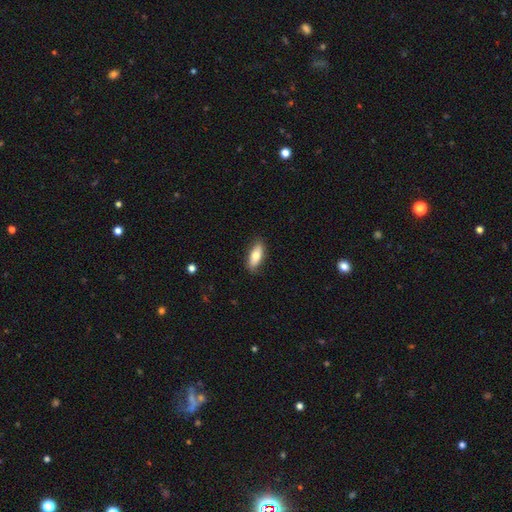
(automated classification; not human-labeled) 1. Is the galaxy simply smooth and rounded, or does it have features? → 76% smooth, 18% featured or disk, 6% star or artifact.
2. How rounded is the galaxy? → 76% in between, 22% cigar-shaped, 2% round.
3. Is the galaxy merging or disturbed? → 85% none, 12% minor disturbance, 2% major disturbance, 1% merger.